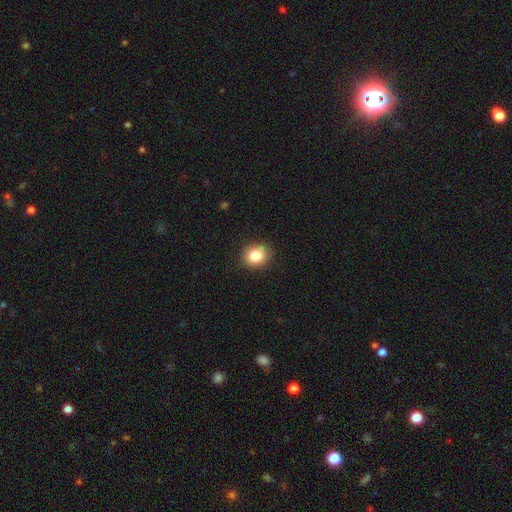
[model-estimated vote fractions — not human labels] The model was most divided on "how rounded": round: 66%, in between: 34%, cigar-shaped: 1%. More confident: merging — none (89%); smooth or featured — smooth (83%).